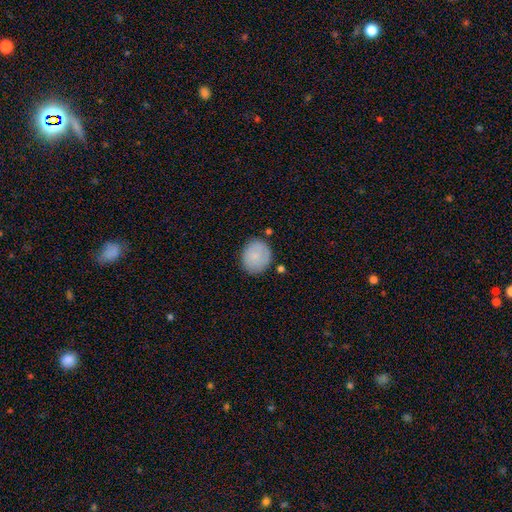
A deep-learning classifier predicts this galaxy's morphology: This is clearly a smooth galaxy (83%). How rounded: likely round (77%). Merging: likely none (78%).